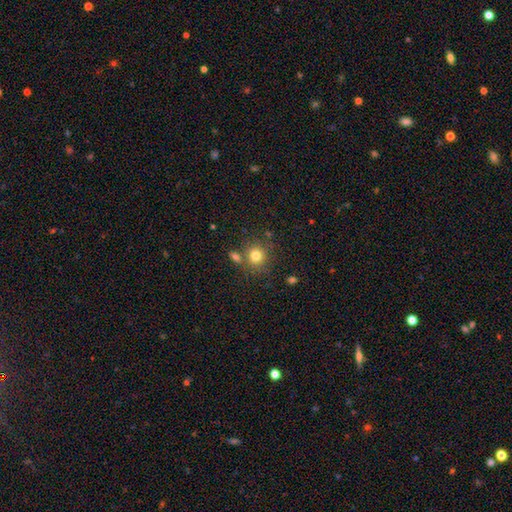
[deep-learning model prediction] Smooth or featured? smooth (79%)
How rounded? round (86%)
Merging? none (69%)